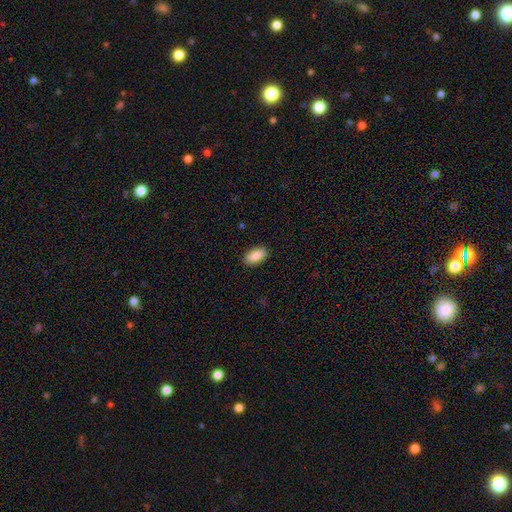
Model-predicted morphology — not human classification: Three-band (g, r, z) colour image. It shows a smooth galaxy with no disk features (87%) that is in between round and cigar-shaped (93%). Merging: none (90%).